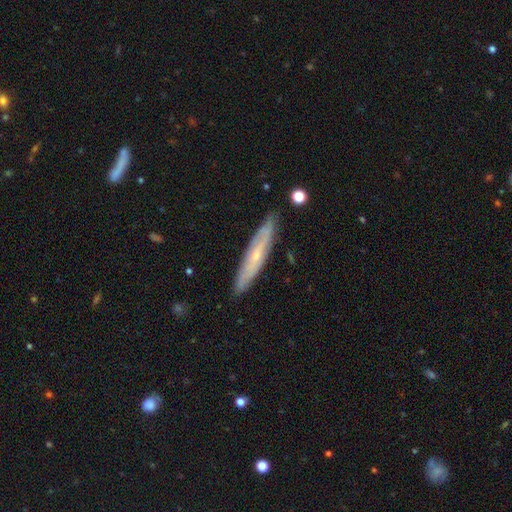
Smooth or featured: featured or disk — 57% (smooth — 38%)
Edge-on disk: yes — 70% (no — 30%)
Edge-on bulge: rounded — 69% (none — 31%)
Merging: none — 87% (minor disturbance — 13%)